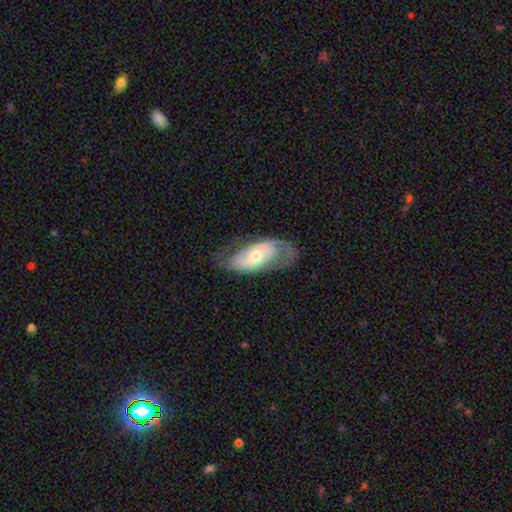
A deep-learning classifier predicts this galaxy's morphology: type=featured or disk (72%); edge-on=no (93%); bar=no (55%); spiral arms=yes (86%); winding=medium (42%); arm count=2 (79%); bulge=small (48%); merging=none (63%).